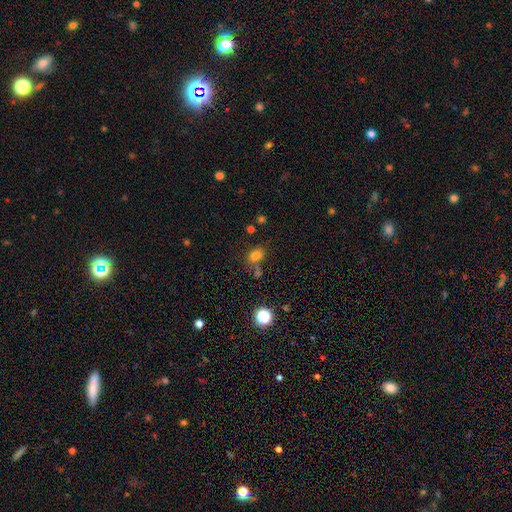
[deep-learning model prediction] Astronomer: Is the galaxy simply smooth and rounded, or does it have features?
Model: smooth — 76%.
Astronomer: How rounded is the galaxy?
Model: in between — 57% (runner-up: round, 42%).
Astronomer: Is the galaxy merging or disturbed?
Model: none — 66%.